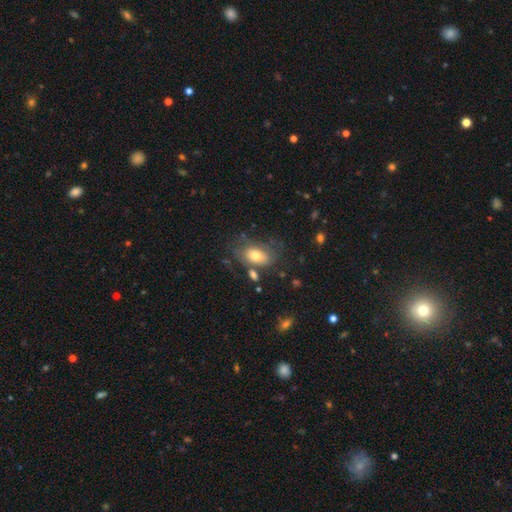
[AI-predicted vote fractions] Morphology: type=smooth (69%); roundness=in between (88%); merging=none (55%).